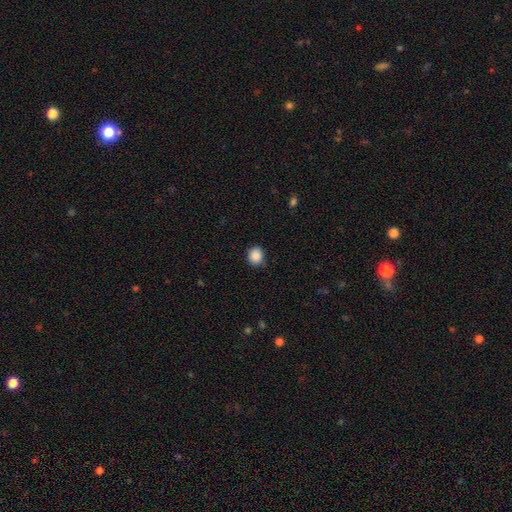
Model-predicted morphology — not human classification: A smooth galaxy with no disk features (88%) that is round (78%).

Vote fractions:
- Smooth or featured? smooth: 88% / star or artifact: 9% / featured or disk: 3%
- How rounded? round: 78% / in between: 21% / cigar-shaped: 1%
- Merging? none: 84% / minor disturbance: 13% / major disturbance: 3% / merger: 1%